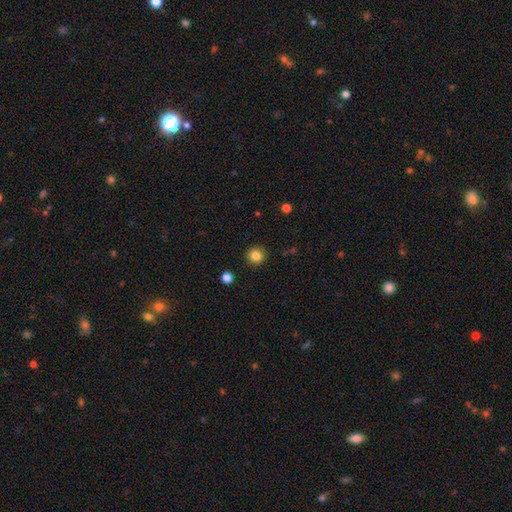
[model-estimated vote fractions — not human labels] smooth 84%, star or artifact 11%, featured or disk 5%. Down the decision tree: how rounded — round (93%); merging — none (91%).